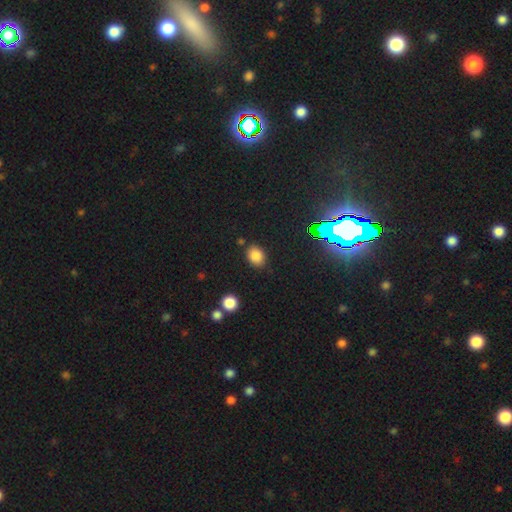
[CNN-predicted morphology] A smooth galaxy with no disk features (80%) that is in between round and cigar-shaped (59%).

Vote fractions:
- Smooth or featured? smooth: 80% / star or artifact: 14% / featured or disk: 6%
- How rounded? in between: 59% / round: 40% / cigar-shaped: 1%
- Merging? none: 81% / minor disturbance: 12% / merger: 3% / major disturbance: 3%